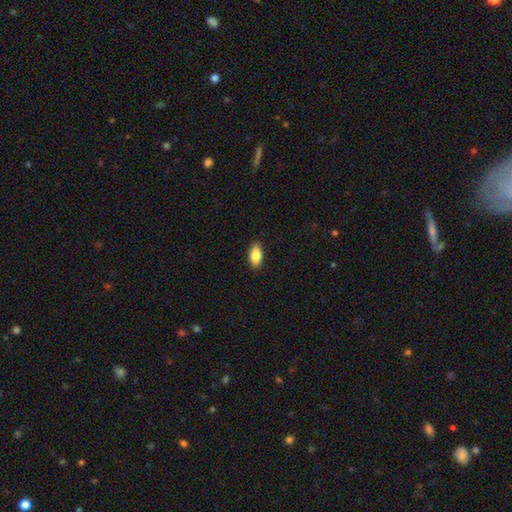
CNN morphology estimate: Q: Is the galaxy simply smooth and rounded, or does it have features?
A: smooth — 82%.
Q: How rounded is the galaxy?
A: in between — 90%.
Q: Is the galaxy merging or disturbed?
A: none — 88%.